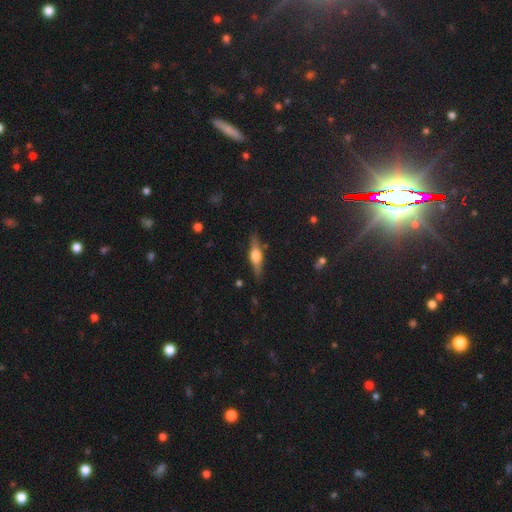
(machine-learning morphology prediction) This appears to be a featured or disk galaxy (63%) viewed edge-on (95%) with a rounded central bulge (91%). Merging: none (86%).